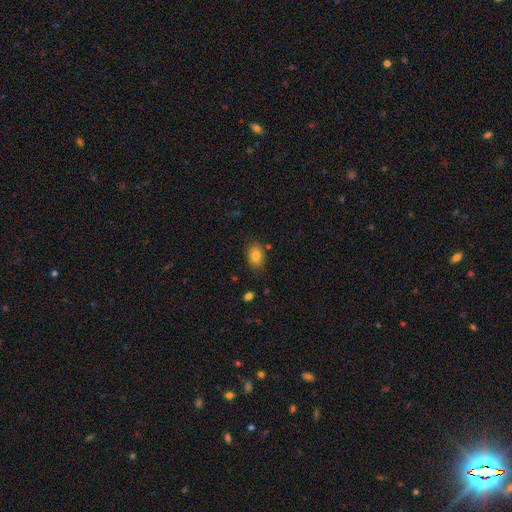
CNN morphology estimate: This is likely a smooth galaxy (80%). How rounded: likely in between (75%). Merging: likely none (79%).